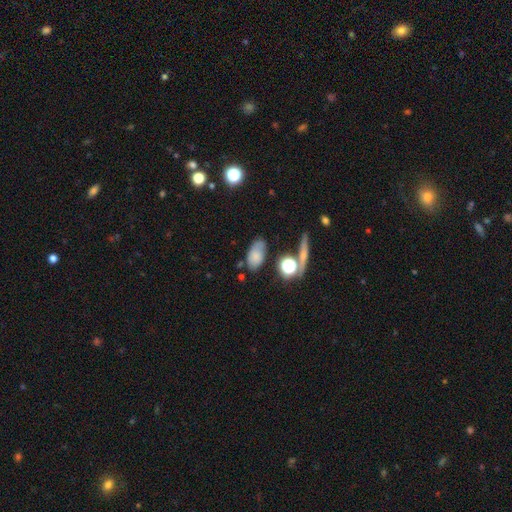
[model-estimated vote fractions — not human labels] Smooth or featured: smooth — 71% (featured or disk — 16%)
How rounded: in between — 89% (round — 8%)
Merging: none — 65% (minor disturbance — 21%)